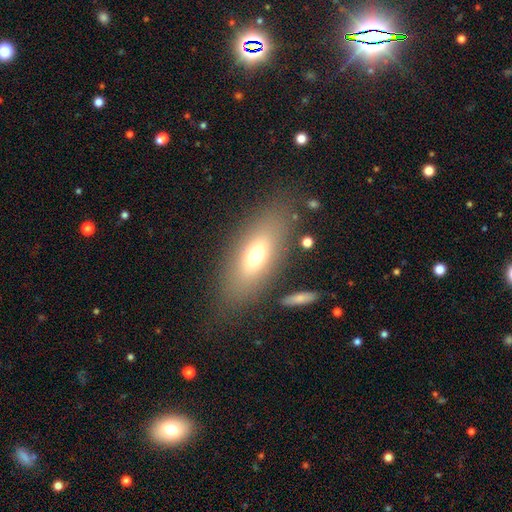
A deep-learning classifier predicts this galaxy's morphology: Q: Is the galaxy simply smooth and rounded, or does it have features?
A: smooth — 67%.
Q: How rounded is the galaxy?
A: in between — 77%.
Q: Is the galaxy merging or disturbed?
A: none — 79%.